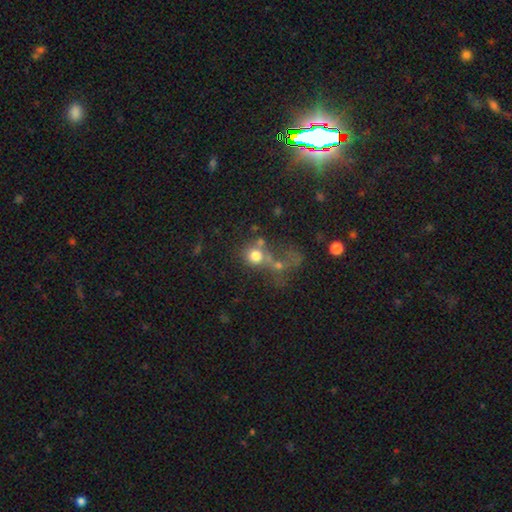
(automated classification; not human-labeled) Smooth or featured: smooth — 68% (featured or disk — 16%)
How rounded: round — 80% (in between — 18%)
Merging: merger — 43% (none — 29%)